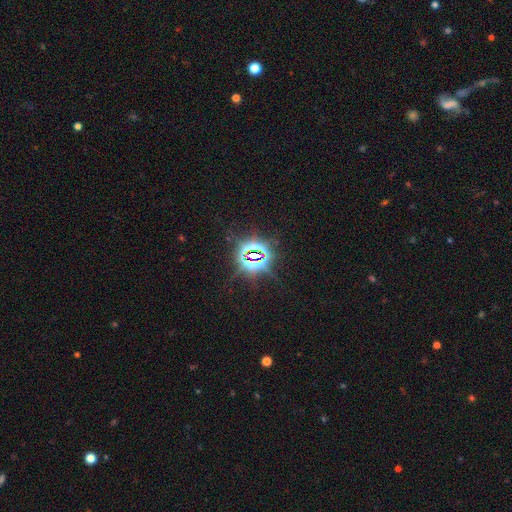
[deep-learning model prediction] Q: Smooth or featured?
A: star or artifact (83%); runner-up: smooth (9%)